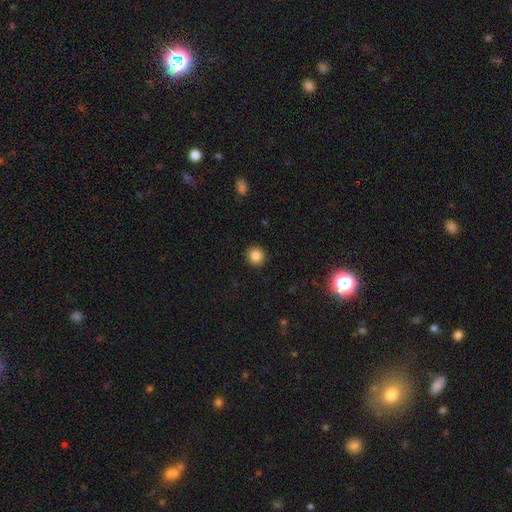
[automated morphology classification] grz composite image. It shows a smooth galaxy with no disk features (86%) that is round (92%). Merging: none (92%).